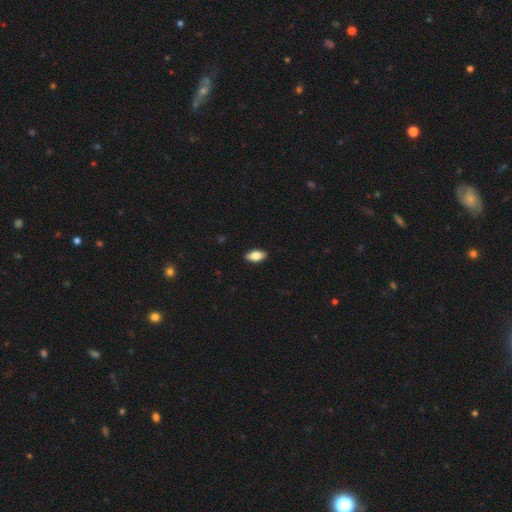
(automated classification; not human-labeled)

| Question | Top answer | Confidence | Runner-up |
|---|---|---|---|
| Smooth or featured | smooth | 80% | featured or disk (13%) |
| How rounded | in between | 91% | cigar-shaped (6%) |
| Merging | none | 89% | minor disturbance (8%) |